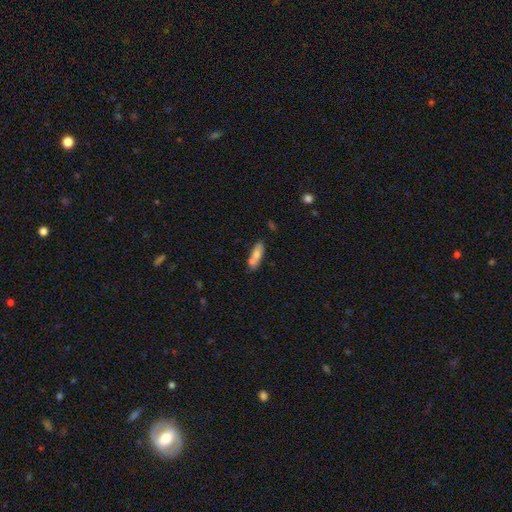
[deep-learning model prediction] A smooth galaxy with no disk features (72%) that is in between round and cigar-shaped (52%).

Vote fractions:
- Smooth or featured? smooth: 72% / featured or disk: 20% / star or artifact: 8%
- How rounded? in between: 52% / cigar-shaped: 45% / round: 3%
- Merging? none: 51% / merger: 31% / minor disturbance: 14% / major disturbance: 5%